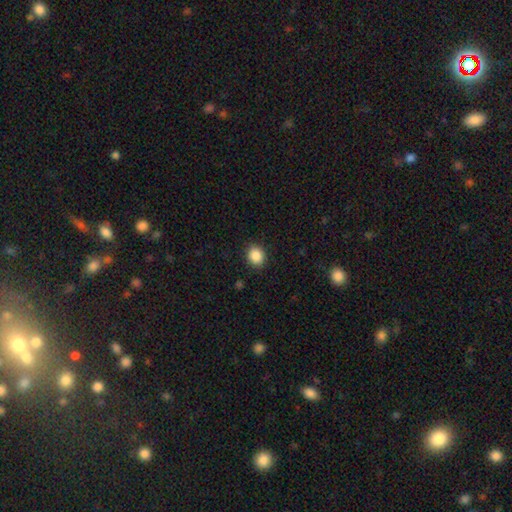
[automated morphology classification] This appears to be a smooth galaxy with no disk features (87%) that is round (69%). Merging: none (90%).